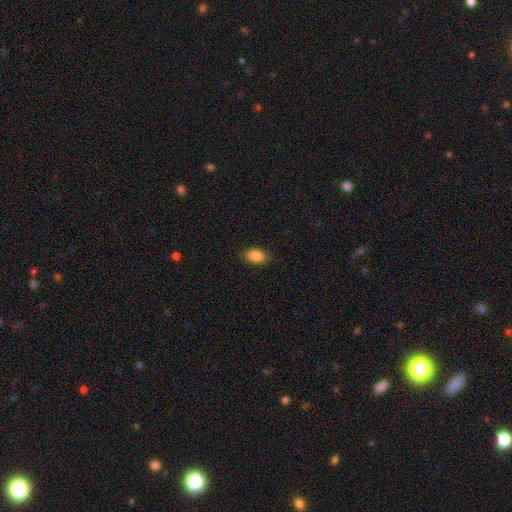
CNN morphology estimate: Smooth or featured: smooth — 86% (star or artifact — 8%)
How rounded: in between — 89% (round — 9%)
Merging: none — 87% (minor disturbance — 10%)